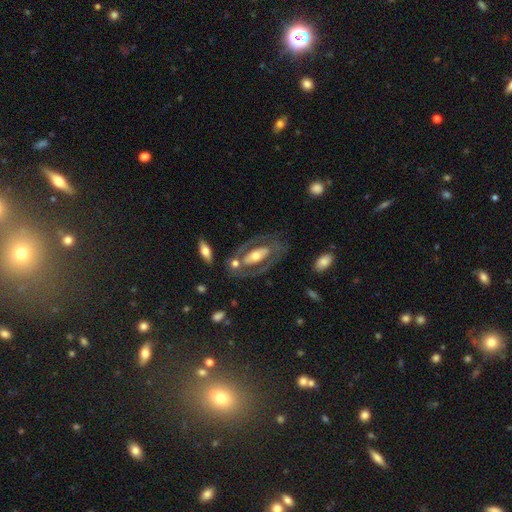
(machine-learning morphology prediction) smooth_or_featured: featured or disk (p=0.67) [alt: smooth p=0.28]
disk_edge_on: no (p=0.87) [alt: yes p=0.13]
bar: no (p=0.55) [alt: strong p=0.25]
has_spiral_arms: no (p=0.65) [alt: yes p=0.35]
bulge_size: moderate (p=0.62) [alt: small p=0.18]
merging: none (p=0.65) [alt: minor disturbance p=0.15]